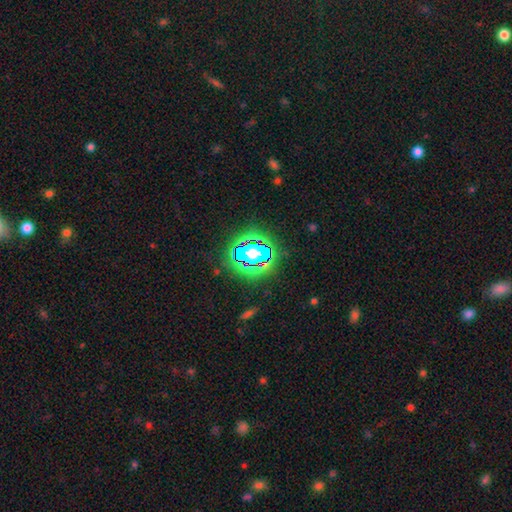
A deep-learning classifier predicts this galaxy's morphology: Smooth or featured?
  - star or artifact: 77% *
  - smooth: 14%
  - featured or disk: 9%